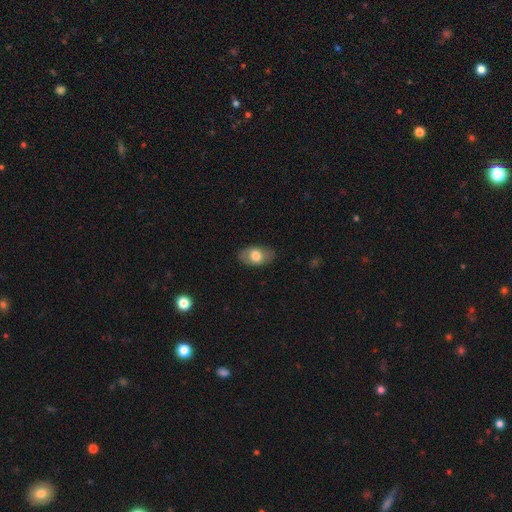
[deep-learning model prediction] Morphology: type=smooth (71%); roundness=in between (89%); merging=none (80%).